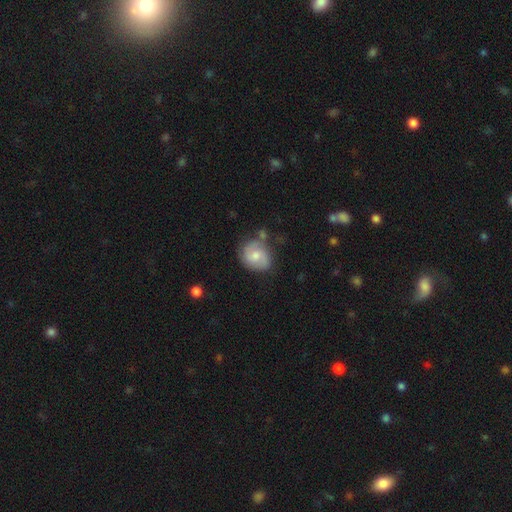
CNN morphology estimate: This appears to be a smooth galaxy with no disk features (56%) that is round (60%). Merging: none (54%).